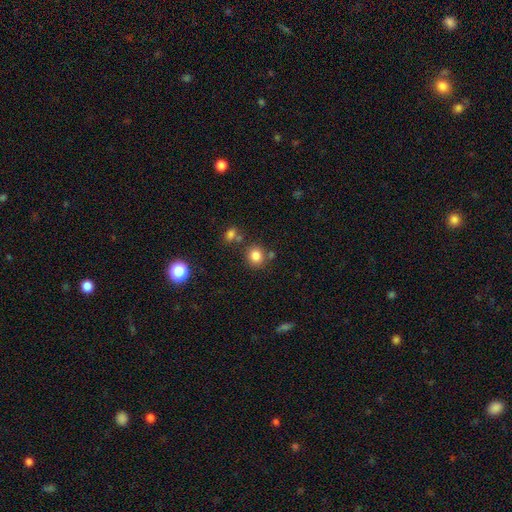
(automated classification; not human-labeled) smooth_or_featured: smooth (p=0.82) [alt: star or artifact p=0.12]
how_rounded: round (p=0.82) [alt: in between p=0.17]
merging: none (p=0.76) [alt: merger p=0.11]